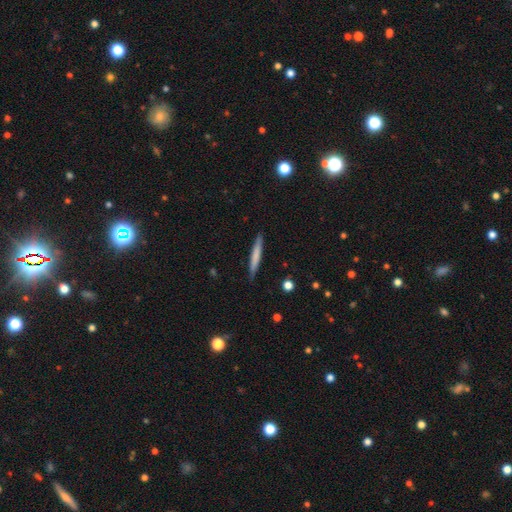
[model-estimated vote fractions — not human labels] smooth_or_featured: smooth (p=0.67) [alt: featured or disk p=0.27]
how_rounded: cigar-shaped (p=0.95) [alt: in between p=0.03]
merging: none (p=0.88) [alt: minor disturbance p=0.09]